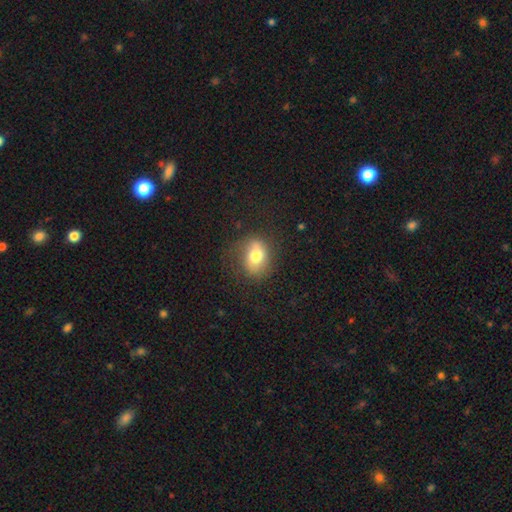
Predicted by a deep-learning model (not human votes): Overall: smooth (68%). How rounded: in between (53%; round 45%). Merging: none (63%; minor disturbance 24%).